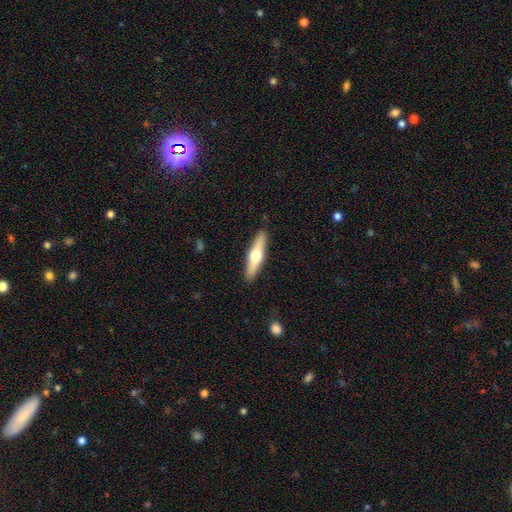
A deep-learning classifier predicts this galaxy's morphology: featured or disk 52%, smooth 43%, star or artifact 5%. Down the decision tree: edge-on disk — yes (93%); merging — none (90%).